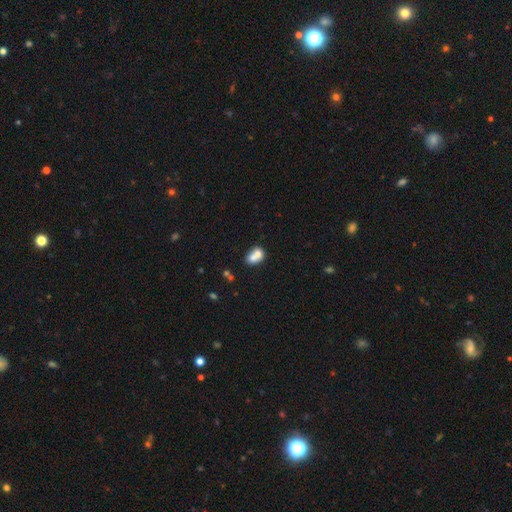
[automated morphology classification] smooth_or_featured: smooth (p=0.73) [alt: featured or disk p=0.18]
how_rounded: in between (p=0.67) [alt: round p=0.32]
merging: merger (p=0.60) [alt: none p=0.25]